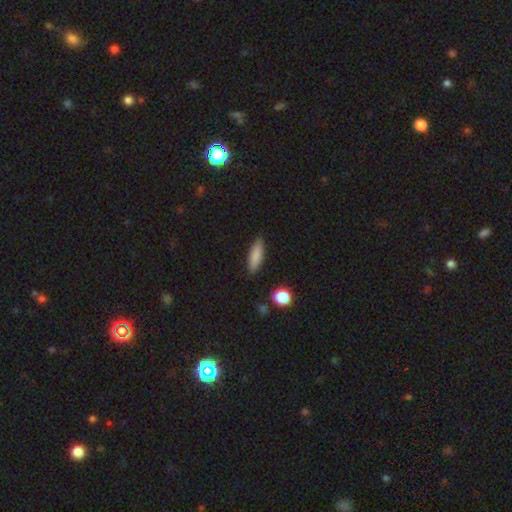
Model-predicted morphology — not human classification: type=smooth (83%); roundness=cigar-shaped (57%); merging=none (85%).